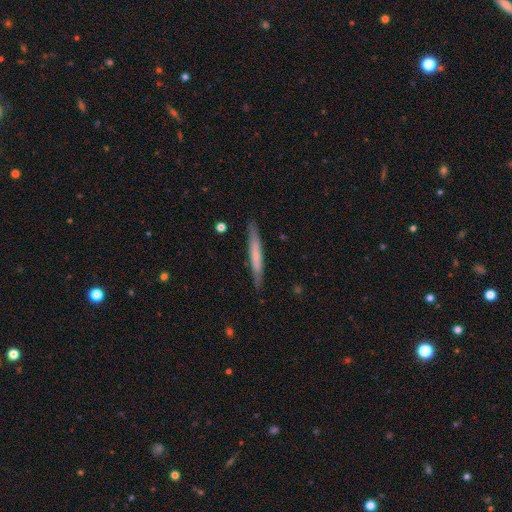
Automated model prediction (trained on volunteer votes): Morphology: type=smooth (59%); roundness=cigar-shaped (96%); merging=none (87%).